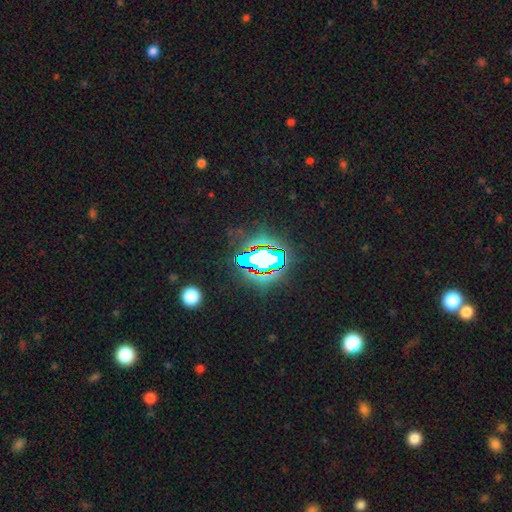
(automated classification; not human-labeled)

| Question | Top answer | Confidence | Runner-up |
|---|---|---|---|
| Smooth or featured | star or artifact | 66% | smooth (18%) |